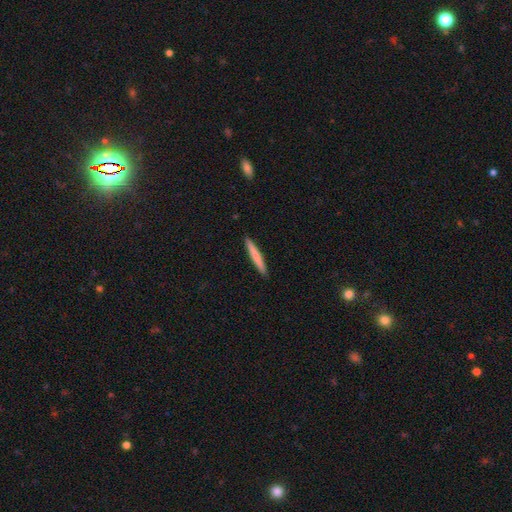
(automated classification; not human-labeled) smooth_or_featured: smooth (p=0.74) [alt: featured or disk p=0.20]
how_rounded: cigar-shaped (p=0.96) [alt: in between p=0.03]
merging: none (p=0.92) [alt: minor disturbance p=0.05]